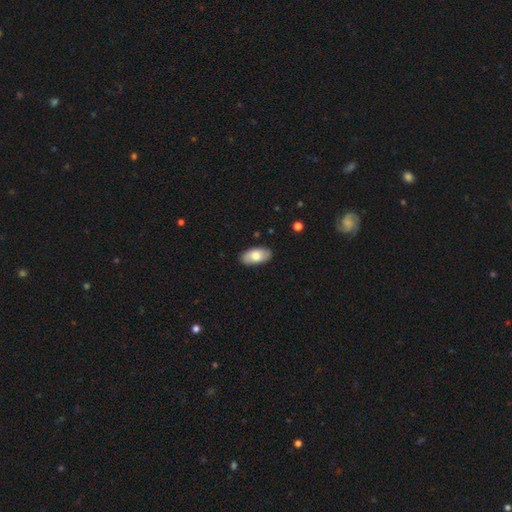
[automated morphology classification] A smooth galaxy with no disk features (73%) that is in between round and cigar-shaped (94%).

Vote fractions:
- Smooth or featured? smooth: 73% / featured or disk: 21% / star or artifact: 6%
- How rounded? in between: 94% / cigar-shaped: 3% / round: 3%
- Merging? none: 86% / minor disturbance: 11% / major disturbance: 2% / merger: 1%